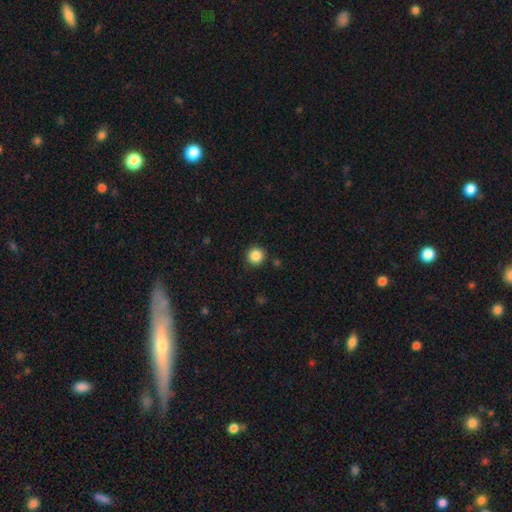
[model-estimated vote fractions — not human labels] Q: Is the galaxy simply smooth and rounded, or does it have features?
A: smooth — 87%.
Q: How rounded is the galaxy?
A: round — 95%.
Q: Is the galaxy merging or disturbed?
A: none — 91%.